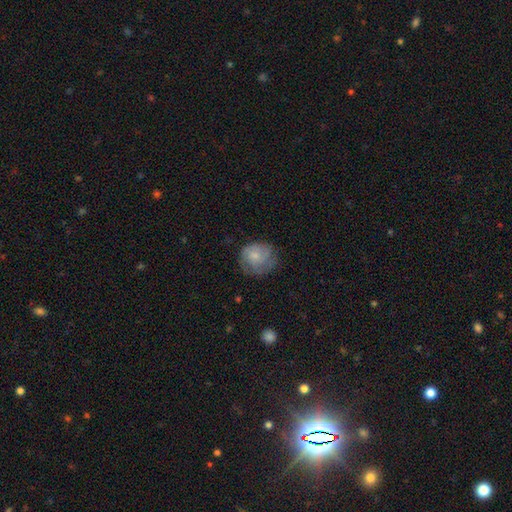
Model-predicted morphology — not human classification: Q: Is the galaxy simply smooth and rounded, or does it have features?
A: smooth — 58%.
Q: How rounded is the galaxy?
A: round — 78%.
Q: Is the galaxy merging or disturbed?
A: none — 62%.